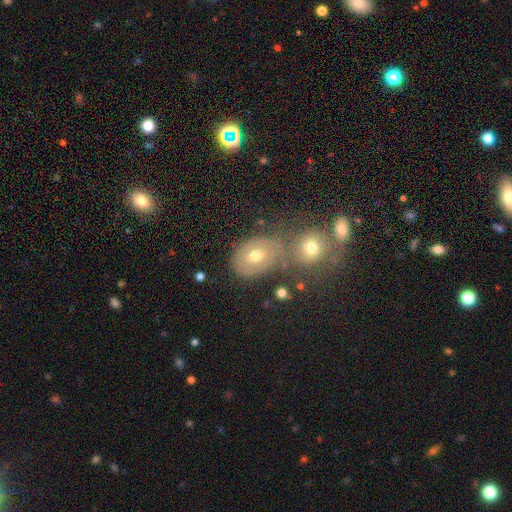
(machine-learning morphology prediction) type=smooth (52%); roundness=in between (69%); merging=none (54%).